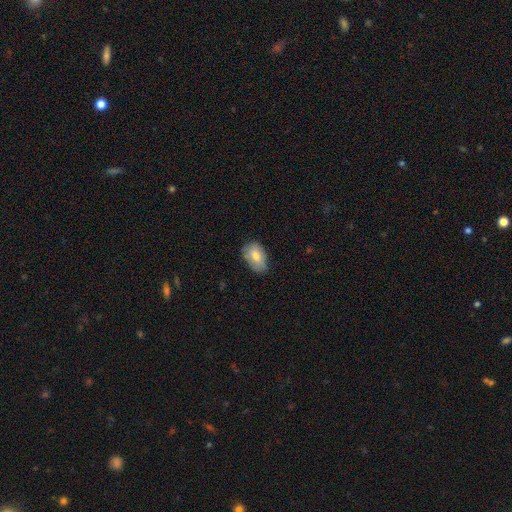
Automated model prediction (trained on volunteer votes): smooth-or-featured: smooth: 77% | featured or disk: 16% | star or artifact: 7%
  how-rounded: in between: 90% | round: 9% | cigar-shaped: 1%
  merging: none: 68% | minor disturbance: 26% | major disturbance: 4% | merger: 1%